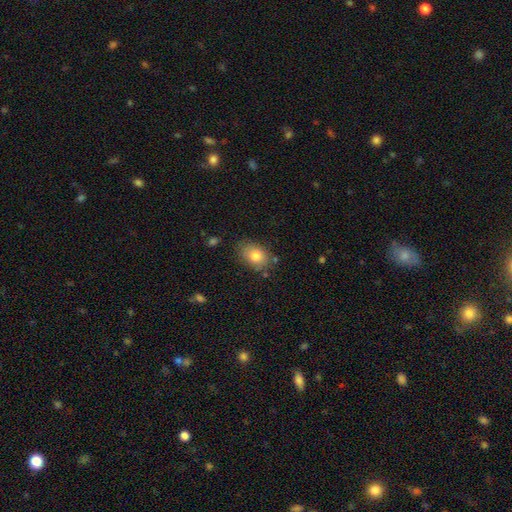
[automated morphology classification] This appears to be a smooth galaxy with no disk features (80%) that is in between round and cigar-shaped (74%). Merging: none (76%).